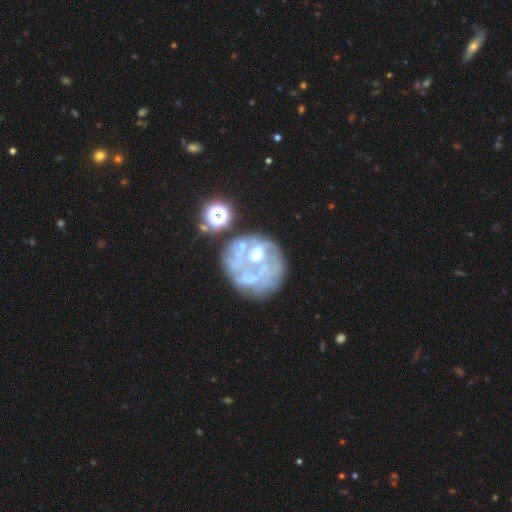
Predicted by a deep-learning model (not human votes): Smooth or featured?
  - featured or disk: 66% *
  - smooth: 19%
  - star or artifact: 15%
Edge-on disk?
  - no: 98% *
  - yes: 2%
Bar?
  - no: 85% *
  - weak: 12%
  - strong: 4%
Spiral arms?
  - no: 76% *
  - yes: 24%
Bulge size?
  - moderate: 43% *
  - none: 29%
  - small: 20%
  - large: 6%
  - dominant: 2%
Merging?
  - none: 48% *
  - major disturbance: 21%
  - minor disturbance: 17%
  - merger: 14%